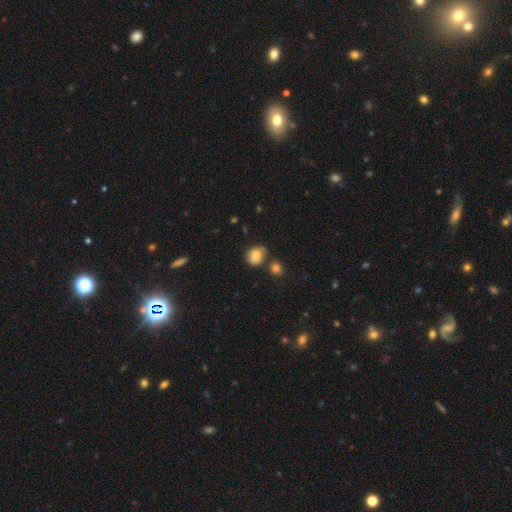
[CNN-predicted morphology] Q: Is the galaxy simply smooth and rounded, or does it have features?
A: smooth — 79%.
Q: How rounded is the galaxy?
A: round — 64%.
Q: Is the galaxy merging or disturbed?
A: none — 60%.